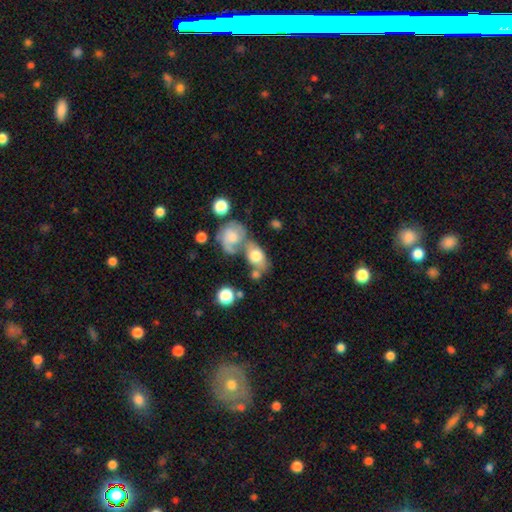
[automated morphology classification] Overall: smooth (62%; featured or disk 29%). How rounded: in between (77%). Merging: merger (52%; none 26%).